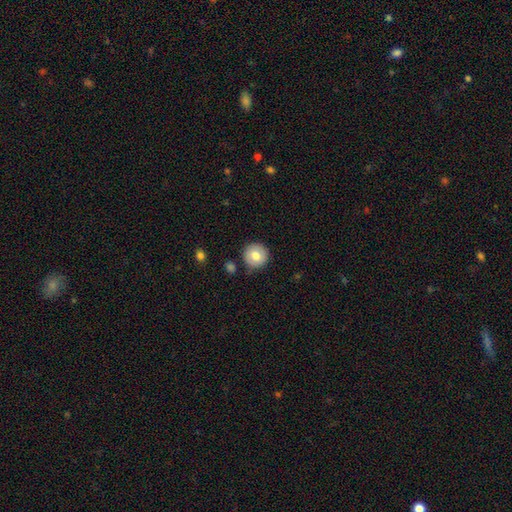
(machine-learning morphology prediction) smooth-or-featured: smooth: 75% | featured or disk: 17% | star or artifact: 8%
  how-rounded: round: 94% | in between: 5% | cigar-shaped: 1%
  merging: none: 84% | minor disturbance: 11% | major disturbance: 3% | merger: 2%